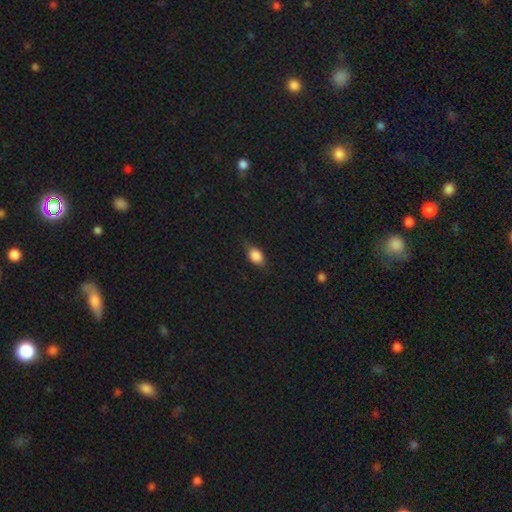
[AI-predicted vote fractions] smooth_or_featured: smooth (p=0.84) [alt: star or artifact p=0.09]
how_rounded: in between (p=0.79) [alt: round p=0.18]
merging: none (p=0.73) [alt: minor disturbance p=0.21]